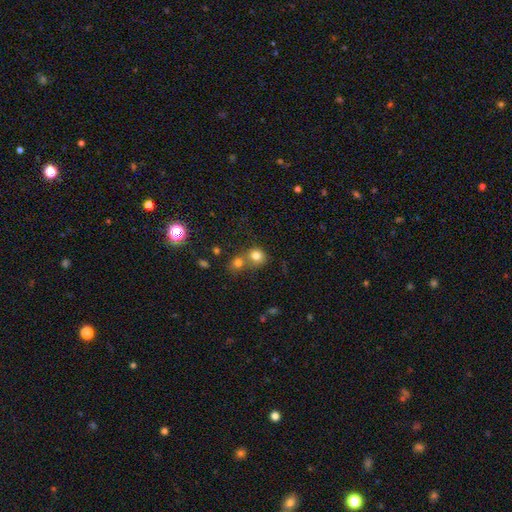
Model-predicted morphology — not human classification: This appears to be a smooth galaxy with no disk features (79%) that is round (82%). Merging: none (47%).